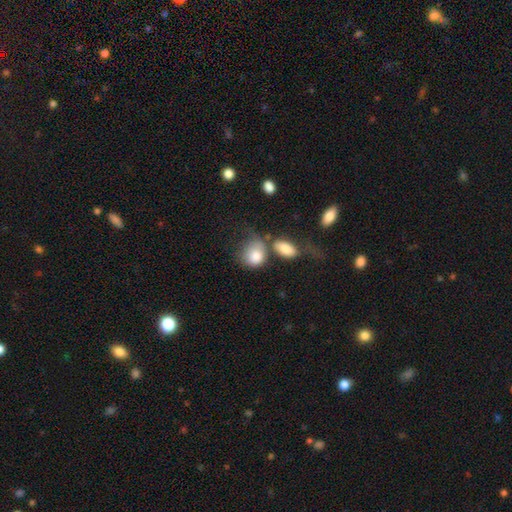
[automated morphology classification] The model was most divided on "merging": merger: 34%, none: 28%, major disturbance: 20%, minor disturbance: 18%. More confident: smooth or featured — smooth (81%); how rounded — in between (53%).